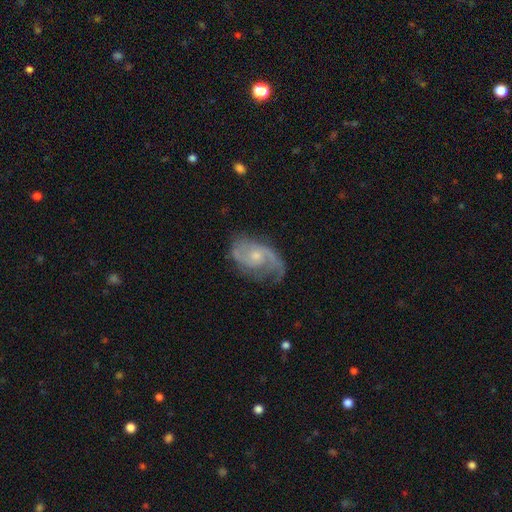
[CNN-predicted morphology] featured or disk 84%, smooth 11%, star or artifact 6%. Down the decision tree: edge-on disk — no (97%); bar — no (66%); spiral arms — yes (94%); spiral arm count — 2 (78%); spiral winding — medium (48%); bulge size — small (55%); merging — none (62%).